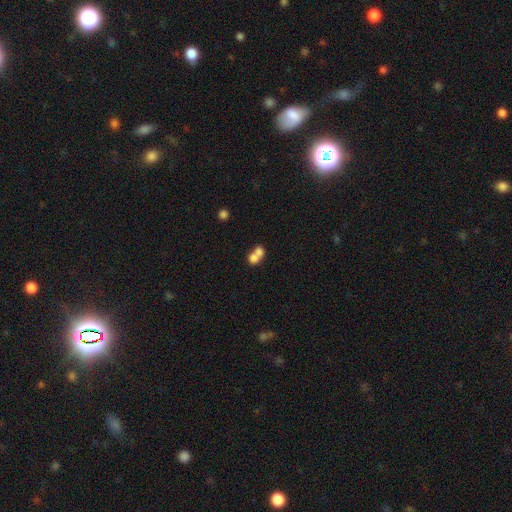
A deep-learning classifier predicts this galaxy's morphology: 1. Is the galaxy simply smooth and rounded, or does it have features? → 72% smooth, 18% featured or disk, 10% star or artifact.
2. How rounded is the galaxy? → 60% round, 39% in between, 1% cigar-shaped.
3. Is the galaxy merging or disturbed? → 71% merger, 21% none, 5% minor disturbance, 3% major disturbance.